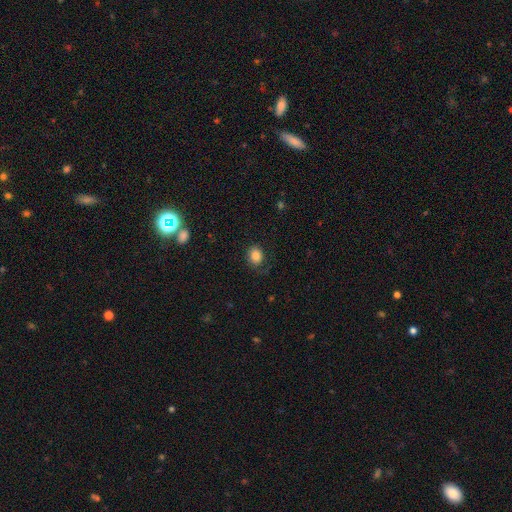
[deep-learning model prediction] smooth 82%, star or artifact 10%, featured or disk 8%. Down the decision tree: how rounded — round (51%); merging — none (72%).